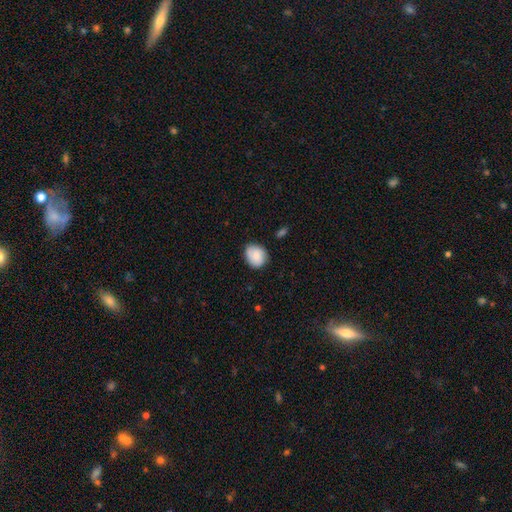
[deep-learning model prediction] A smooth galaxy with no disk features (77%) that is round (58%).

Vote fractions:
- Smooth or featured? smooth: 77% / featured or disk: 16% / star or artifact: 7%
- How rounded? round: 58% / in between: 41% / cigar-shaped: 1%
- Merging? none: 71% / minor disturbance: 23% / major disturbance: 4% / merger: 2%